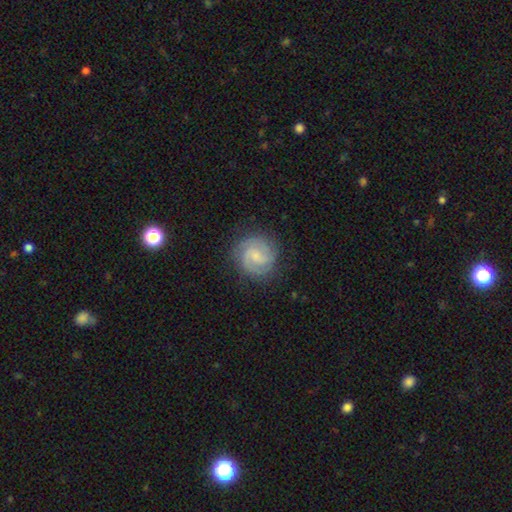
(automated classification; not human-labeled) Overall: featured or disk (80%). Edge-on disk: no (98%). Bar: weak (52%; no 39%). Spiral arms: yes (97%). Spiral arm count: 2 (69%). Spiral winding: tight (54%; medium 39%). Bulge size: small (59%; moderate 23%). Merging: none (83%).